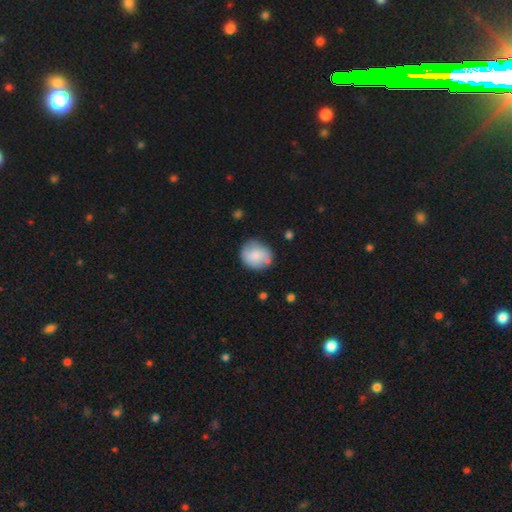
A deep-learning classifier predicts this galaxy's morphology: This appears to be a smooth galaxy with no disk features (76%) that is round (81%). Merging: none (73%).